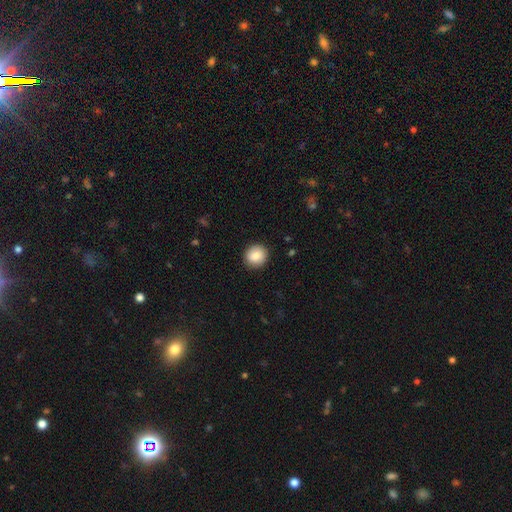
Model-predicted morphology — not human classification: A smooth galaxy with no disk features (86%) that is round (88%). Merging: none (90%).